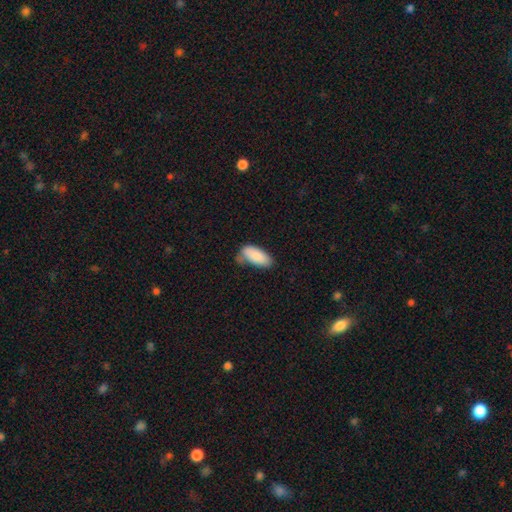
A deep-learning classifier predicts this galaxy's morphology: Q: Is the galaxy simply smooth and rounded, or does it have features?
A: smooth — 85%.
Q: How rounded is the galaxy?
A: in between — 90%.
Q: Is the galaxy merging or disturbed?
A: none — 50%.